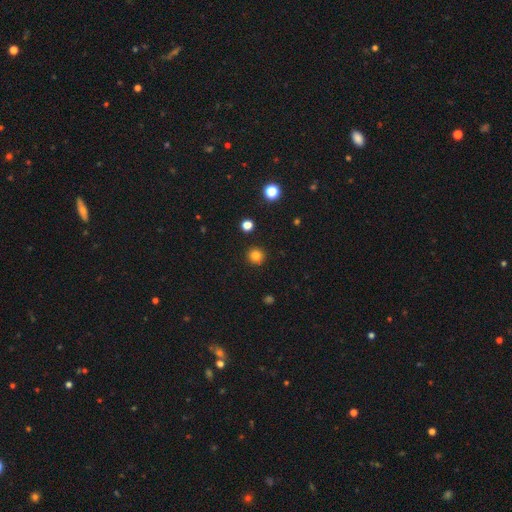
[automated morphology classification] Q: Smooth or featured?
A: smooth (82%); runner-up: star or artifact (13%)
Q: How rounded?
A: round (94%); runner-up: in between (5%)
Q: Merging?
A: none (91%); runner-up: minor disturbance (5%)